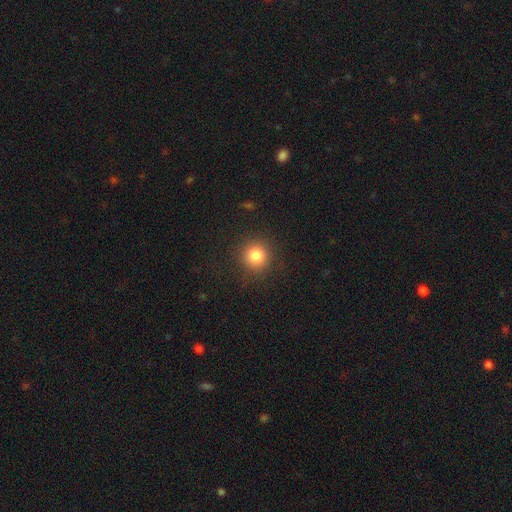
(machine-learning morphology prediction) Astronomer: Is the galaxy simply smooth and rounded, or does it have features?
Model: smooth — 83%.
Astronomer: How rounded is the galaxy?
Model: round — 93%.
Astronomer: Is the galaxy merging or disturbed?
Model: none — 89%.